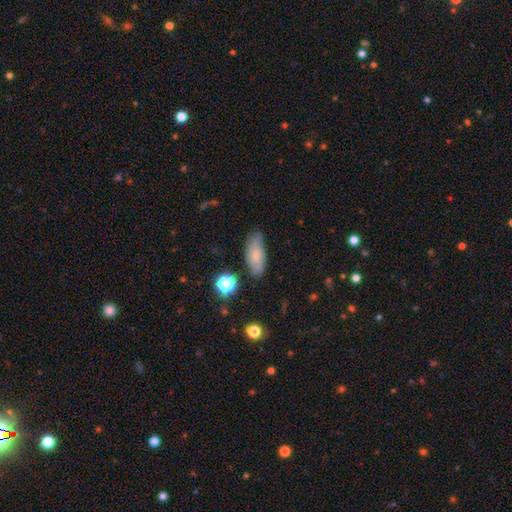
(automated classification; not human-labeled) smooth 75%, featured or disk 16%, star or artifact 9%. Down the decision tree: how rounded — in between (81%); merging — none (69%).